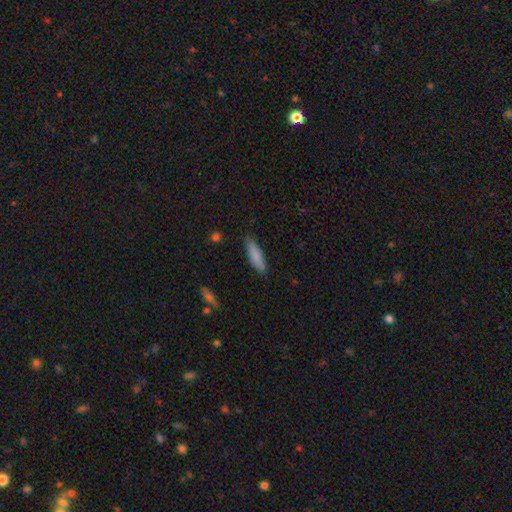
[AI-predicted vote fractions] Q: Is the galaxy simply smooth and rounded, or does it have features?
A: smooth — 84%.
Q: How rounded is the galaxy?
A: cigar-shaped — 59%.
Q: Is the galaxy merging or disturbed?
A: none — 81%.